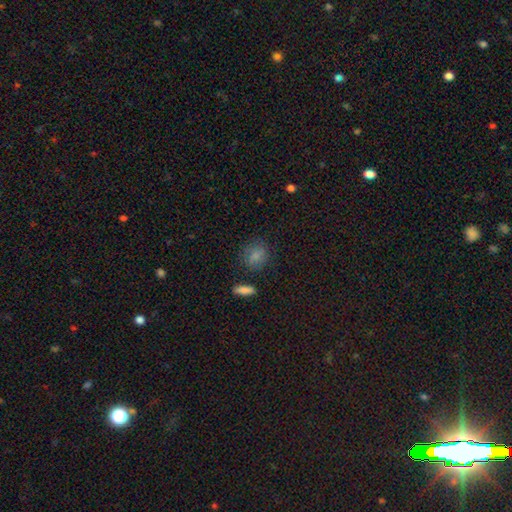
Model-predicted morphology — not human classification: Smooth or featured? smooth (82%)
How rounded? round (71%)
Merging? none (79%)